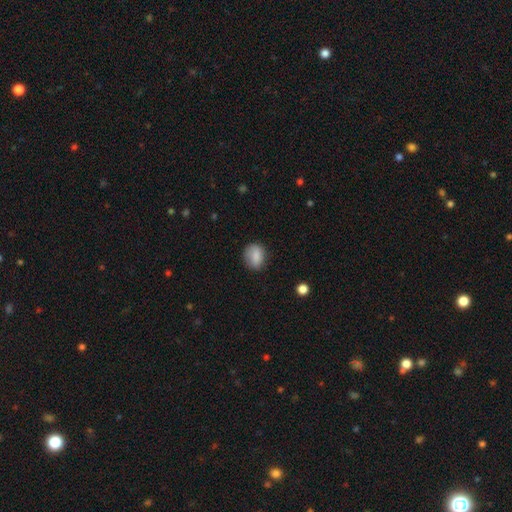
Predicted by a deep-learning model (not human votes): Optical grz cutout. It shows a smooth galaxy with no disk features (84%) that is in between round and cigar-shaped (55%). Merging: none (75%).